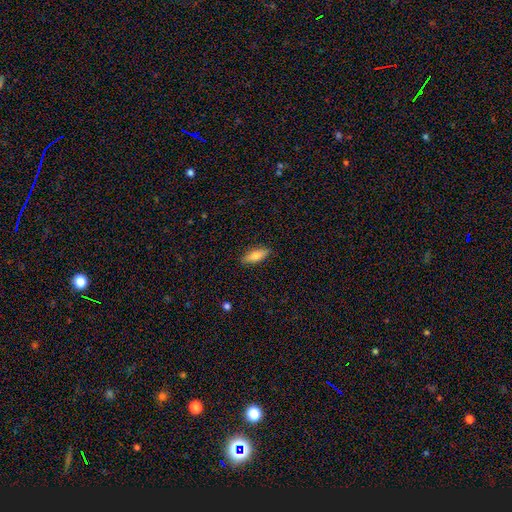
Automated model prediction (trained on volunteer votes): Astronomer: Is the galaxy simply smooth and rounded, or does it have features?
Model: smooth — 74%.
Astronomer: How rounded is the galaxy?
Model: in between — 66%.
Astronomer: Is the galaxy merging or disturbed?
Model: none — 88%.